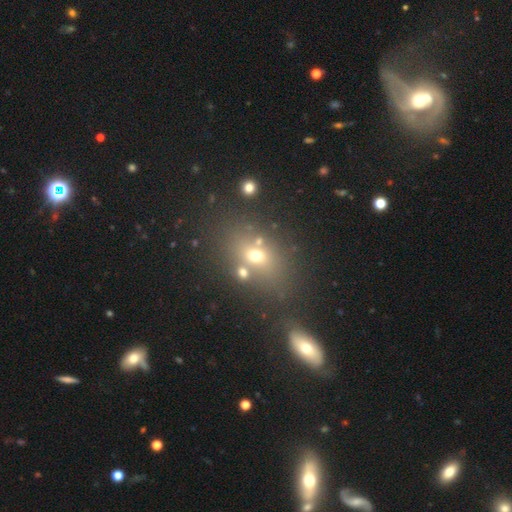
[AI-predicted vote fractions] Overall: smooth (60%; star or artifact 20%). How rounded: in between (61%; round 37%). Merging: none (65%).